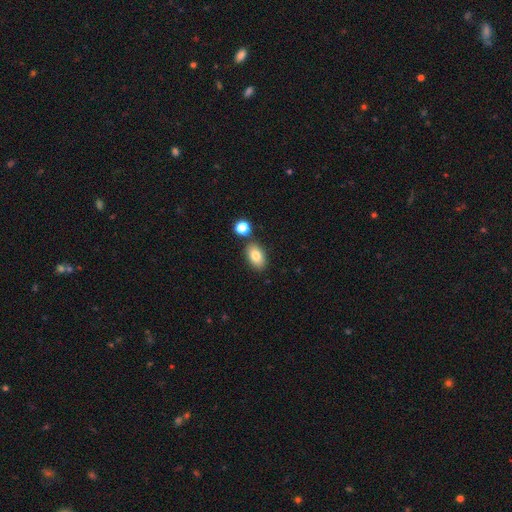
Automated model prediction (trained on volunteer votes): Overall: smooth (81%). How rounded: in between (89%). Merging: none (78%).